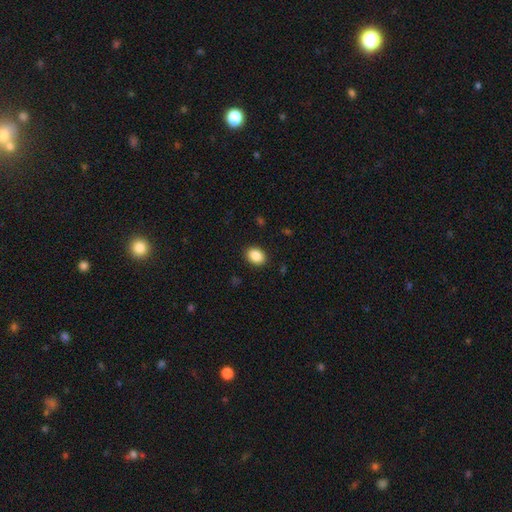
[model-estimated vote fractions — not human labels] smooth_or_featured: smooth (p=0.88) [alt: star or artifact p=0.08]
how_rounded: in between (p=0.64) [alt: round p=0.35]
merging: none (p=0.90) [alt: minor disturbance p=0.07]